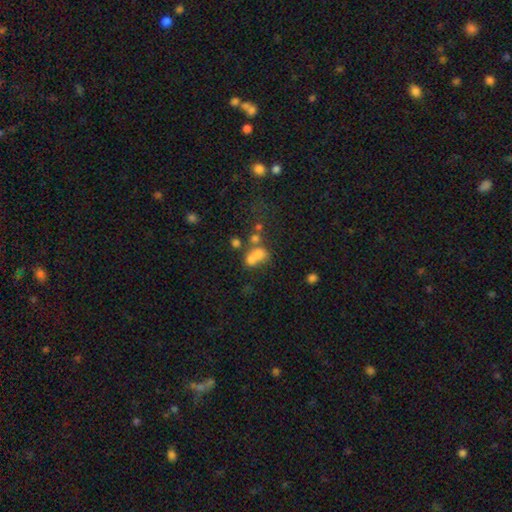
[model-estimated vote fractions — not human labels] Smooth or featured? Predicted: smooth (p=0.61). How rounded? Predicted: round (p=0.52). Merging? Predicted: merger (p=0.60).